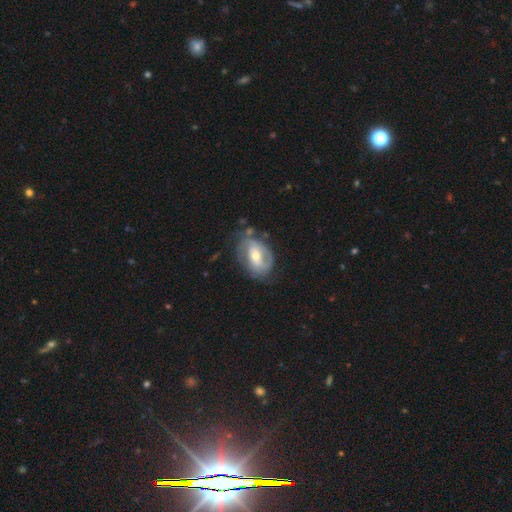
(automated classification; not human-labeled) smooth_or_featured: featured or disk (p=0.77) [alt: smooth p=0.17]
disk_edge_on: no (p=0.96) [alt: yes p=0.04]
bar: weak (p=0.42) [alt: no p=0.36]
has_spiral_arms: yes (p=0.85) [alt: no p=0.15]
spiral_winding: tight (p=0.49) [alt: medium p=0.36]
spiral_arm_count: 2 (p=0.54) [alt: can't tell p=0.26]
bulge_size: moderate (p=0.59) [alt: small p=0.36]
merging: none (p=0.63) [alt: minor disturbance p=0.23]